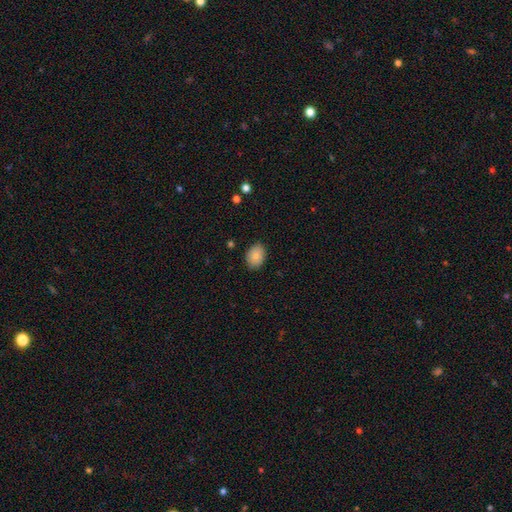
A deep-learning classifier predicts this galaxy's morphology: Smooth or featured?
  - smooth: 87% *
  - star or artifact: 7%
  - featured or disk: 6%
How rounded?
  - in between: 74% *
  - round: 25%
  - cigar-shaped: 1%
Merging?
  - none: 86% *
  - minor disturbance: 10%
  - major disturbance: 2%
  - merger: 1%